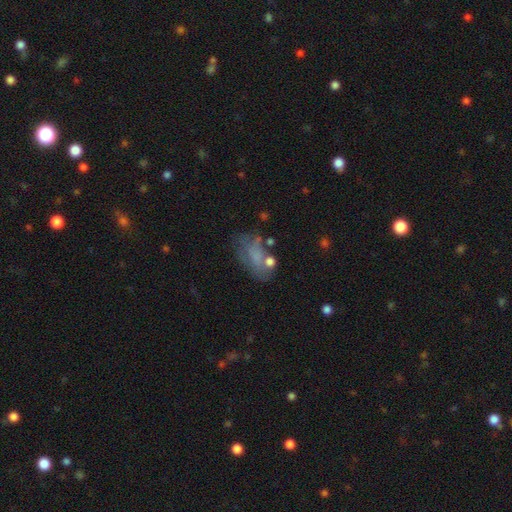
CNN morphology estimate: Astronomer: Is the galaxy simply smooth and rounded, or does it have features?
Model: smooth — 47% (runner-up: featured or disk, 38%).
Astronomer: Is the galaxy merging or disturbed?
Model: none — 39% (runner-up: major disturbance, 26%).